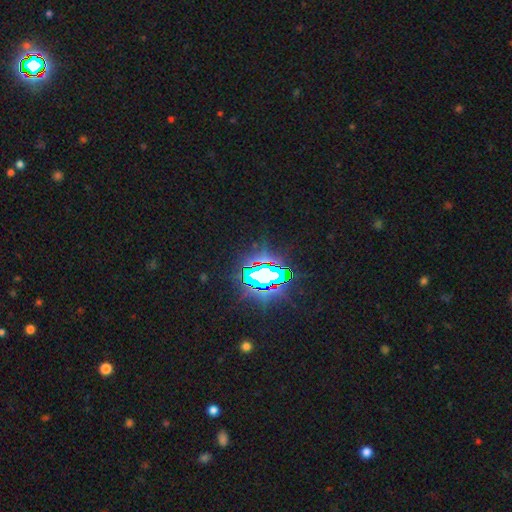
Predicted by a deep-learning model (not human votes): Smooth or featured? star or artifact (84%)